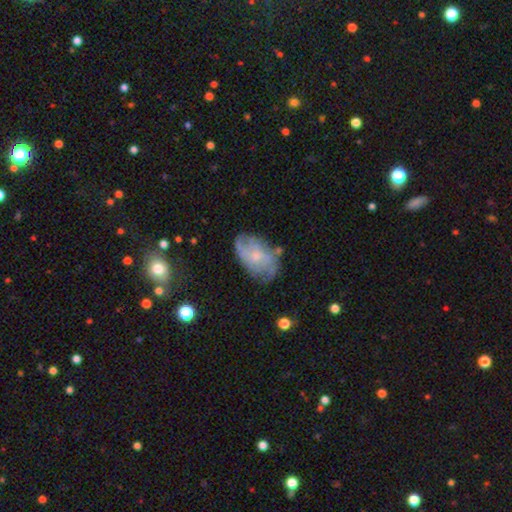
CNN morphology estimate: The model was most divided on "bulge size": small: 55%, moderate: 32%, none: 9%, large: 2%, dominant: 1%. More confident: edge-on disk — no (96%); spiral arms — yes (74%); bar — no (71%); smooth or featured — featured or disk (64%); merging — none (62%).